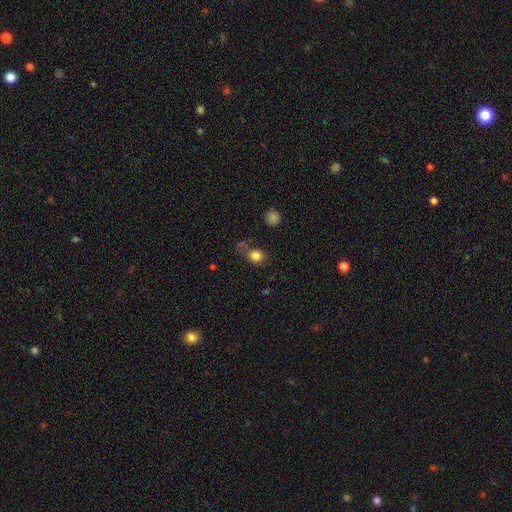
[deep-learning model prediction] A smooth galaxy with no disk features (82%) that is round (79%).

Vote fractions:
- Smooth or featured? smooth: 82% / star or artifact: 12% / featured or disk: 6%
- How rounded? round: 79% / in between: 20% / cigar-shaped: 1%
- Merging? none: 62% / minor disturbance: 19% / major disturbance: 10% / merger: 9%